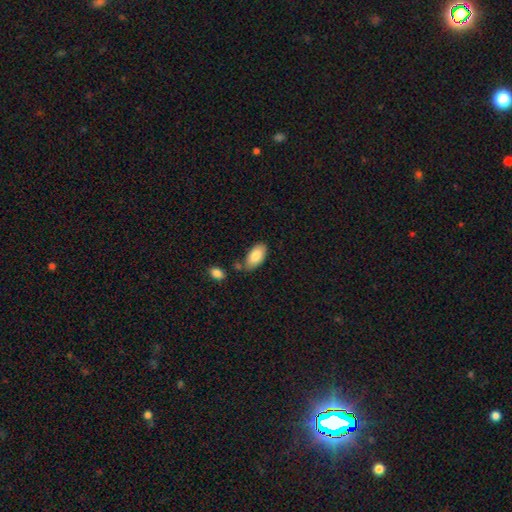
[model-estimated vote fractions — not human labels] This appears to be a smooth galaxy with no disk features (85%) that is in between round and cigar-shaped (94%). Merging: none (70%).